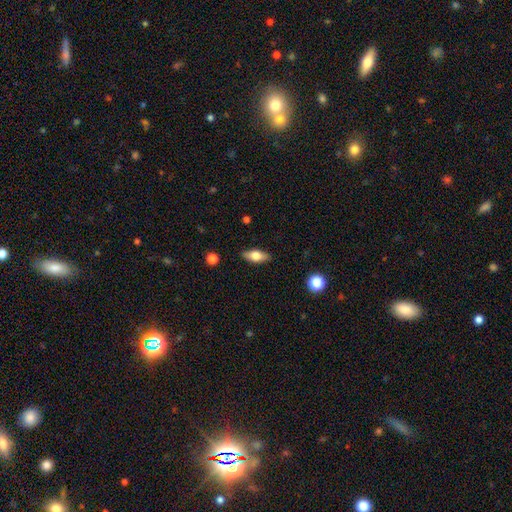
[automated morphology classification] This is likely a smooth galaxy (63%). How rounded: likely in between (77%). Merging: clearly none (87%).